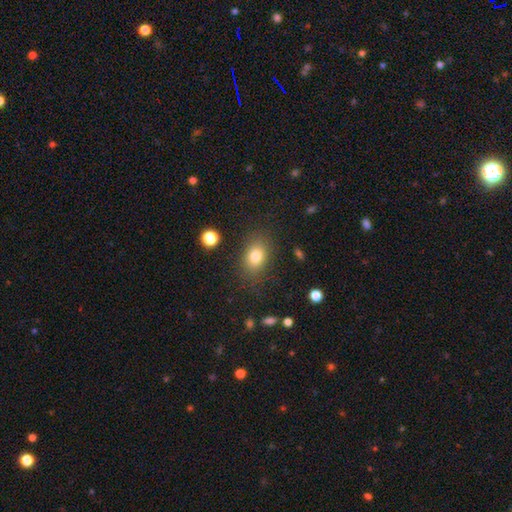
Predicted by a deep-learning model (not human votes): Smooth or featured? smooth (79%)
How rounded? in between (73%)
Merging? none (81%)